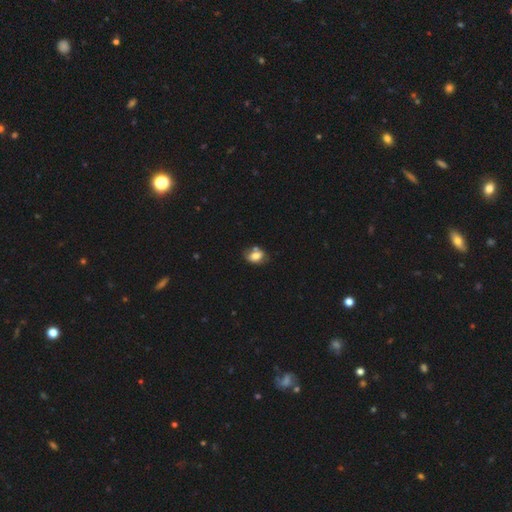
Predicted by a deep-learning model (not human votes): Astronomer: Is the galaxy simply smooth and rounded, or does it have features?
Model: smooth — 74%.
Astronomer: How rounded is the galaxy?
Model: in between — 80%.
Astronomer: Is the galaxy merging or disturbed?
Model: none — 55%.